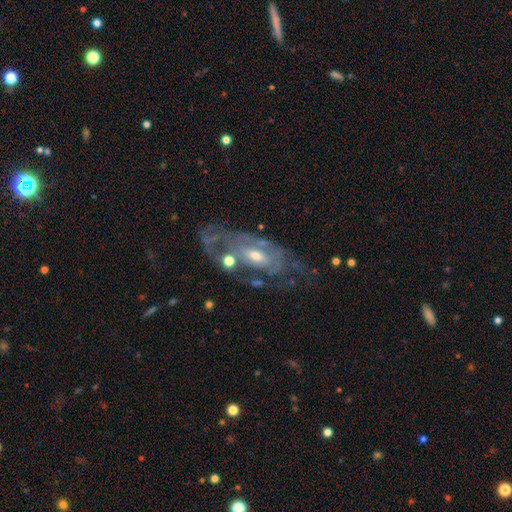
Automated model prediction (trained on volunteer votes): This appears to be a featured or disk galaxy (78%) with no bar (61%), spiral arms (70%) and a moderate central bulge (59%). Merging: none (47%).